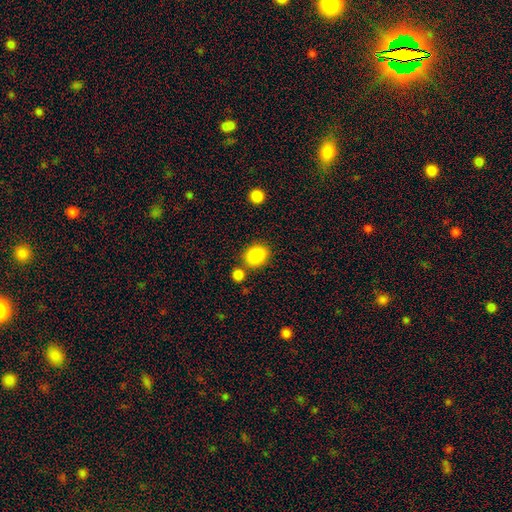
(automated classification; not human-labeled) Smooth or featured? Predicted: smooth (p=0.88). How rounded? Predicted: round (p=0.52). Merging? Predicted: none (p=0.75).